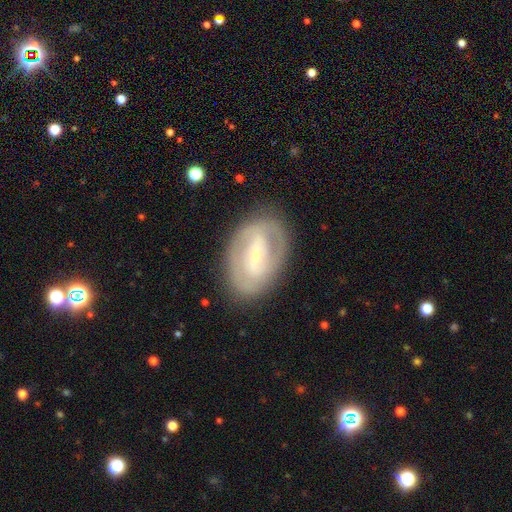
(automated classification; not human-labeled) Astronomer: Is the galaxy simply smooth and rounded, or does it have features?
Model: featured or disk — 75%.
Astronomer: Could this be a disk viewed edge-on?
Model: no — 94%.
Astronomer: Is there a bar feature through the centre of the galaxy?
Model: strong — 40% (runner-up: weak, 35%).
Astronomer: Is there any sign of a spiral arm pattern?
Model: yes — 65%.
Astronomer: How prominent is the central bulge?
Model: small — 73%.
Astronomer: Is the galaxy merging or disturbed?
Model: none — 81%.